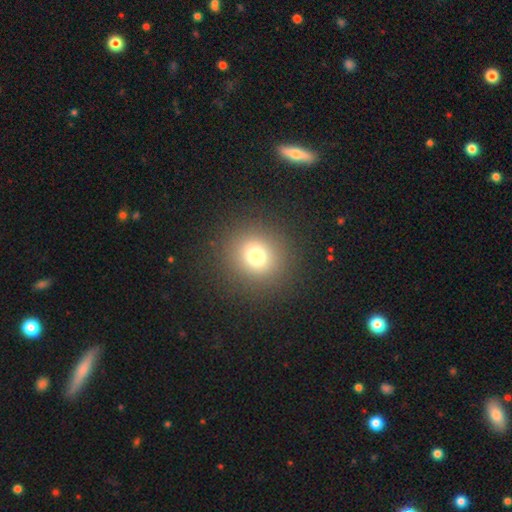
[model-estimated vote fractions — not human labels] A smooth galaxy with no disk features (73%) that is round (89%). Merging: none (89%).